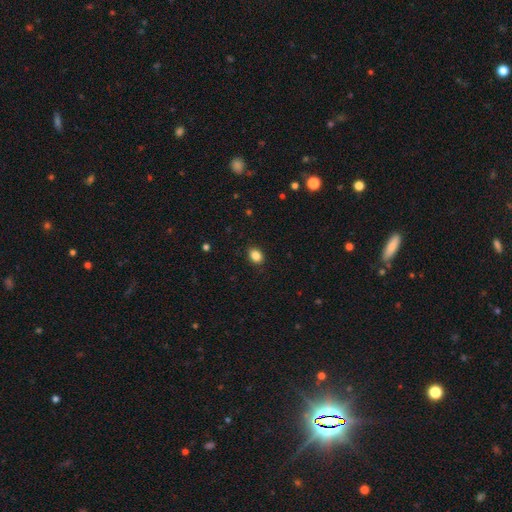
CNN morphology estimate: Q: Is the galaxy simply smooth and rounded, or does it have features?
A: smooth — 86%.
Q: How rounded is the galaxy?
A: in between — 65%.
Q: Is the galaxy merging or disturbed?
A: none — 89%.